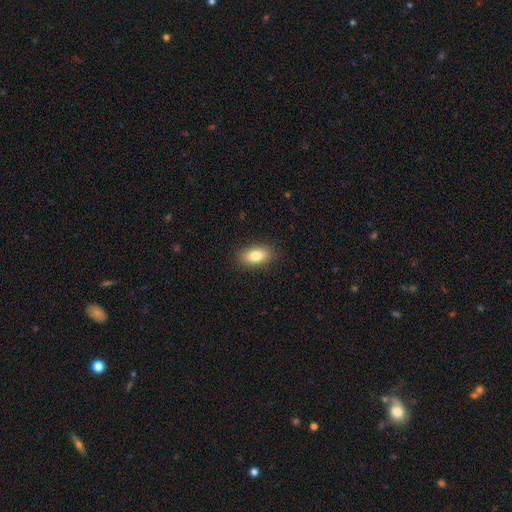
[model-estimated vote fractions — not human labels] Smooth or featured? Predicted: smooth (p=0.82). How rounded? Predicted: in between (p=0.89). Merging? Predicted: none (p=0.89).